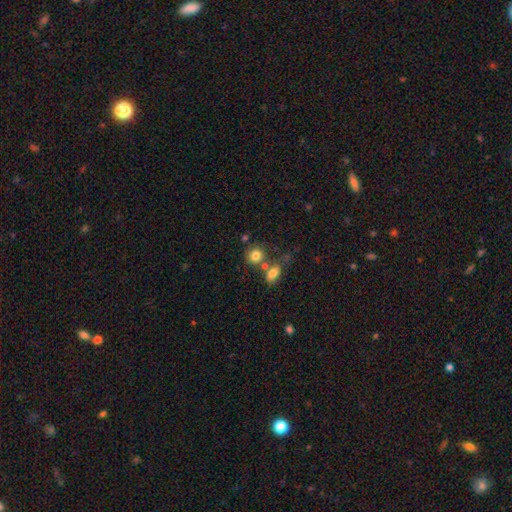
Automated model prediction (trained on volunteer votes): Smooth or featured?
  - smooth: 80% *
  - star or artifact: 11%
  - featured or disk: 9%
How rounded?
  - round: 81% *
  - in between: 18%
  - cigar-shaped: 1%
Merging?
  - none: 58% *
  - merger: 27%
  - minor disturbance: 11%
  - major disturbance: 4%